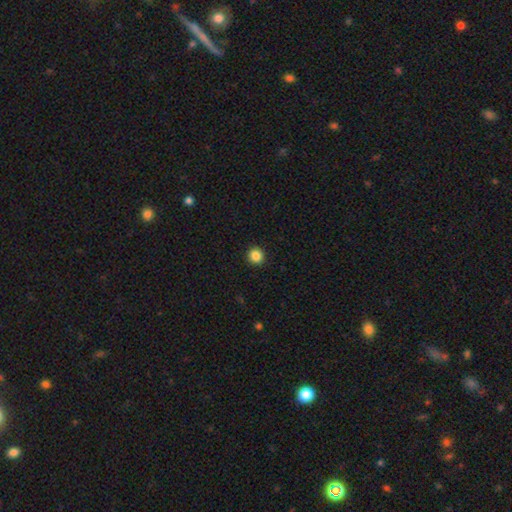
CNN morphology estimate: A smooth galaxy with no disk features (86%) that is round (94%).

Vote fractions:
- Smooth or featured? smooth: 86% / star or artifact: 11% / featured or disk: 3%
- How rounded? round: 94% / in between: 5% / cigar-shaped: 1%
- Merging? none: 93% / minor disturbance: 4% / major disturbance: 2% / merger: 1%